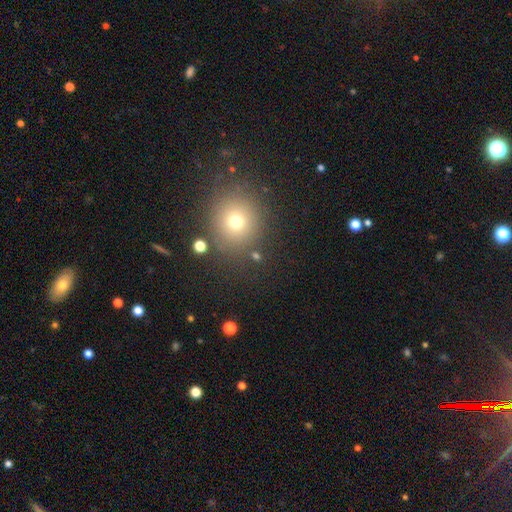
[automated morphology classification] This is likely a smooth galaxy (67%). How rounded: clearly round (83%). Merging: clearly none (84%).